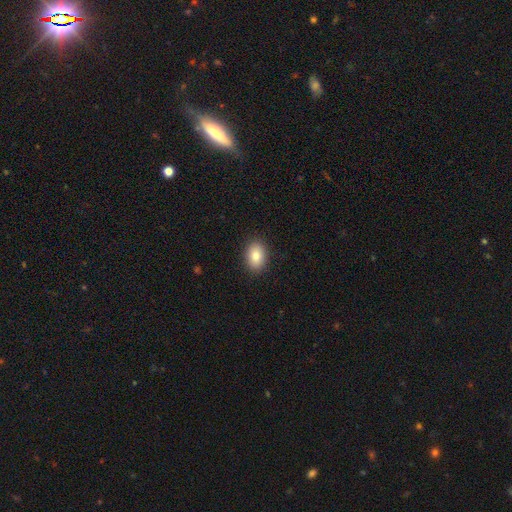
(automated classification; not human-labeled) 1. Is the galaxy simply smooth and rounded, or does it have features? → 86% smooth, 8% star or artifact, 7% featured or disk.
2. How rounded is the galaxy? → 83% in between, 16% round, 1% cigar-shaped.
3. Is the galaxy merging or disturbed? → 90% none, 7% minor disturbance, 2% major disturbance, 1% merger.